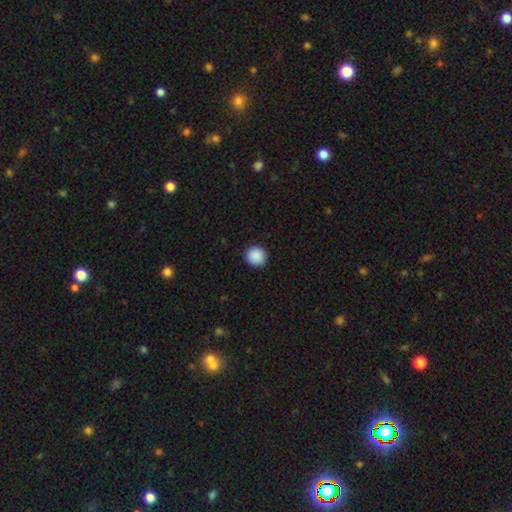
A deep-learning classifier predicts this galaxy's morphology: This is clearly a smooth galaxy (90%). How rounded: clearly round (94%). Merging: clearly none (92%).